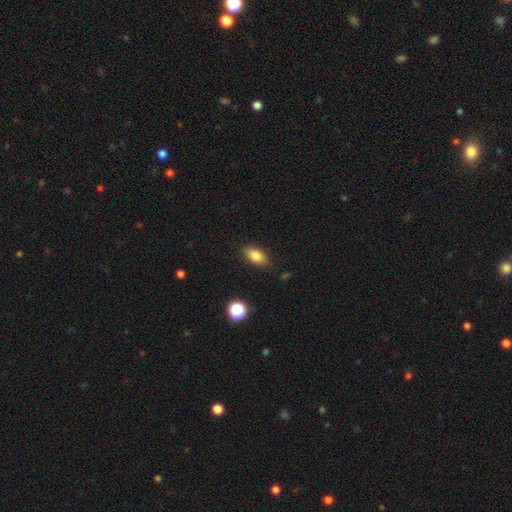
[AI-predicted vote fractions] Smooth or featured? smooth (83%)
How rounded? in between (88%)
Merging? none (85%)